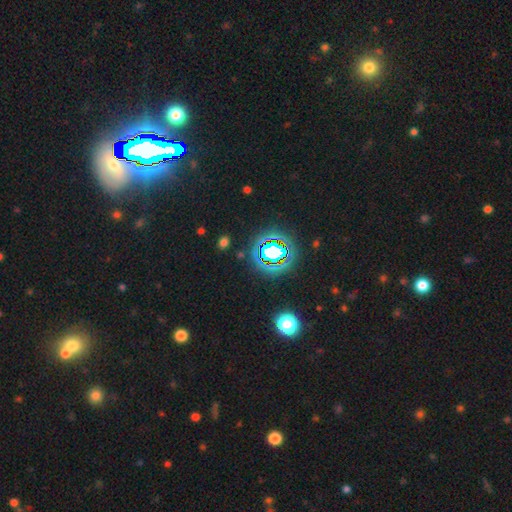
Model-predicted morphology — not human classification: type=star or artifact (81%).